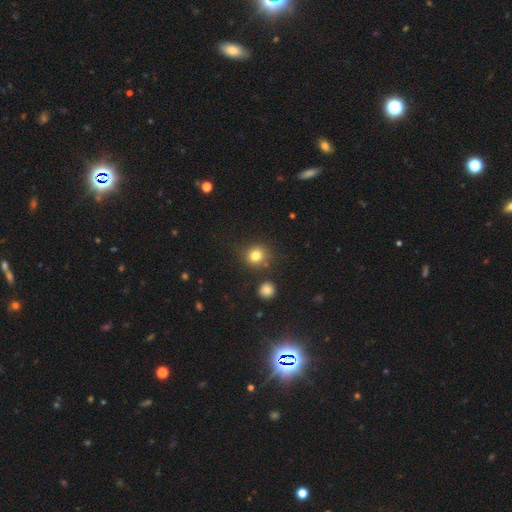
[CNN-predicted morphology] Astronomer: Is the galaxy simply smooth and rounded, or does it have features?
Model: smooth — 80%.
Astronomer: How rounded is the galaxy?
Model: round — 85%.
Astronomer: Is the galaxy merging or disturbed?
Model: none — 80%.